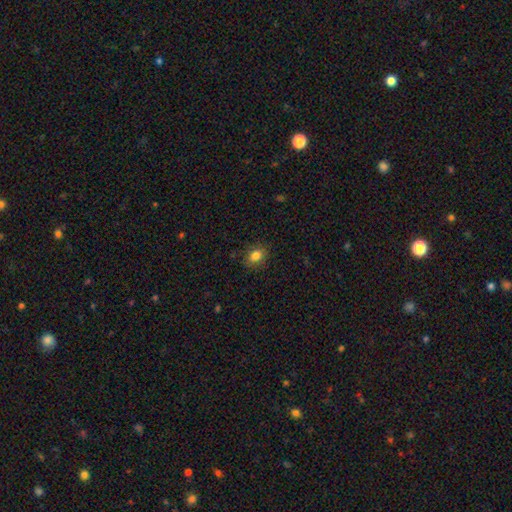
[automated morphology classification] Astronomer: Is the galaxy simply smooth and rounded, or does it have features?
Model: smooth — 82%.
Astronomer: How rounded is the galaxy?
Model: in between — 60% (runner-up: round, 38%).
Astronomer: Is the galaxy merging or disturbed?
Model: none — 85%.